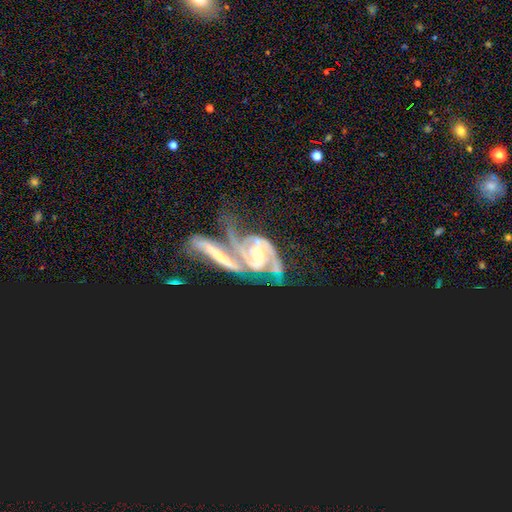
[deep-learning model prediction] smooth_or_featured: featured or disk (p=0.86) [alt: star or artifact p=0.08]
disk_edge_on: no (p=0.92) [alt: yes p=0.08]
bar: no (p=0.46) [alt: weak p=0.31]
has_spiral_arms: yes (p=0.94) [alt: no p=0.06]
spiral_winding: tight (p=0.44) [alt: medium p=0.40]
spiral_arm_count: 2 (p=0.73) [alt: can't tell p=0.12]
bulge_size: small (p=0.48) [alt: moderate p=0.46]
merging: merger (p=0.56) [alt: none p=0.20]